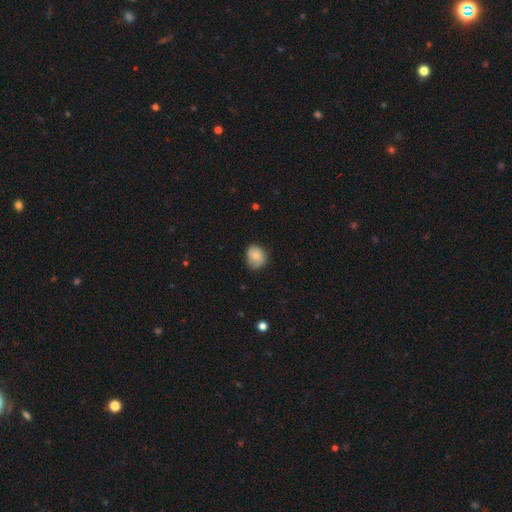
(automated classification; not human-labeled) Morphology: type=smooth (79%); roundness=round (63%); merging=none (70%).